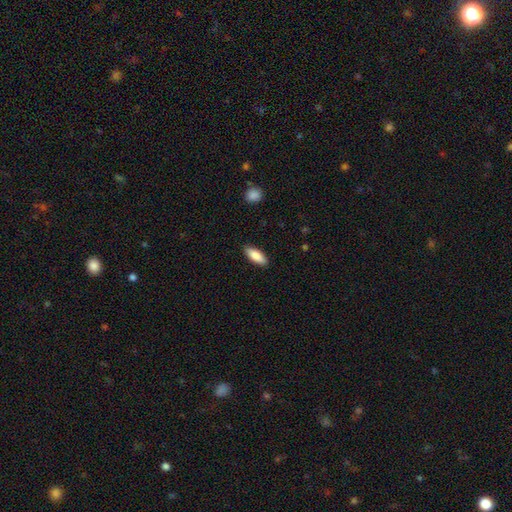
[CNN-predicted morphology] Overall: smooth (87%). How rounded: in between (75%). Merging: none (89%).